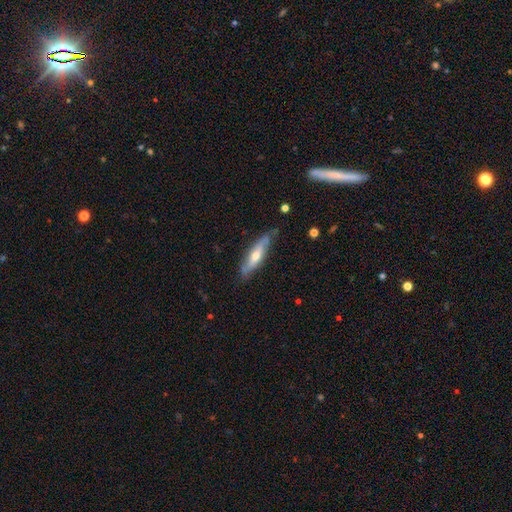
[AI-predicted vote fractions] A featured or disk galaxy (50%) viewed edge-on (65%). Merging: none (72%).